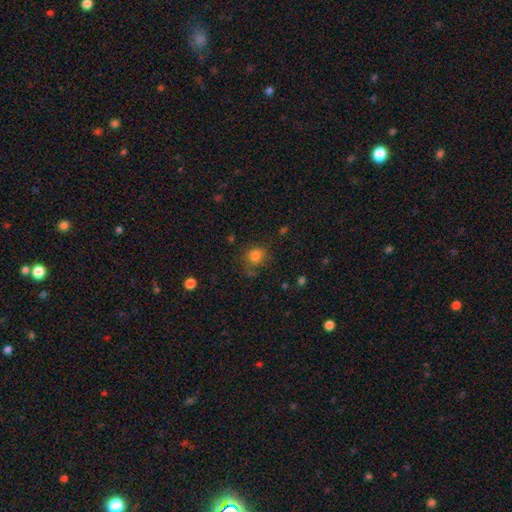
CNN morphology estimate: Smooth or featured? Predicted: smooth (p=0.82). How rounded? Predicted: round (p=0.83). Merging? Predicted: none (p=0.72).